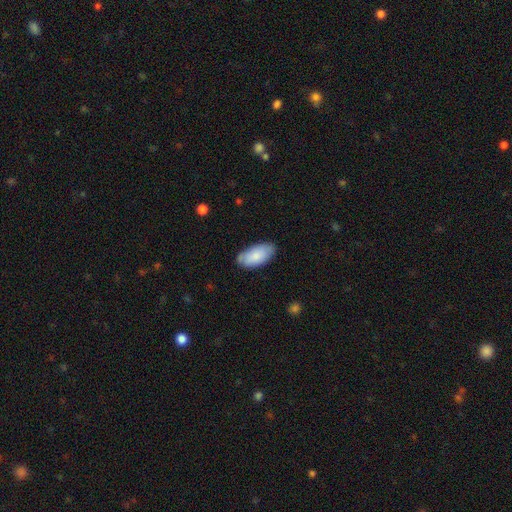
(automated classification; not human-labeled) Overall: smooth (81%). How rounded: in between (94%). Merging: none (78%).